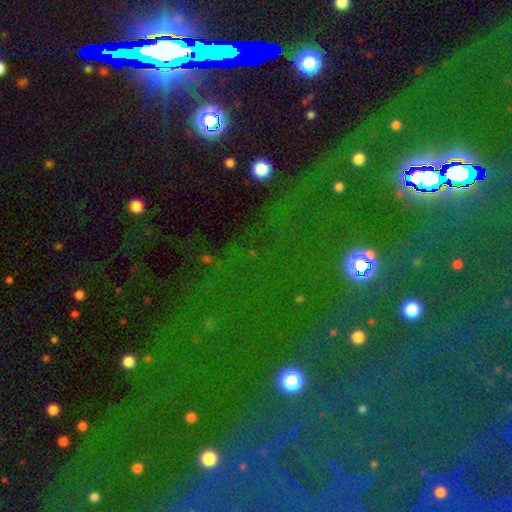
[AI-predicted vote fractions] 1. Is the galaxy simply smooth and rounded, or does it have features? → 72% star or artifact, 17% smooth, 10% featured or disk.